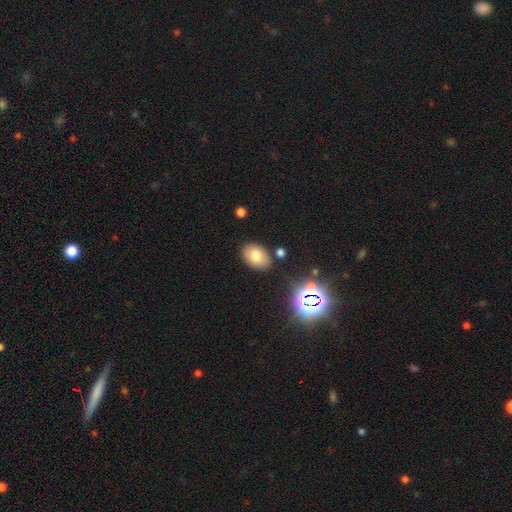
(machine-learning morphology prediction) This is likely a smooth galaxy (75%). How rounded: clearly in between (82%). Merging: clearly none (83%).